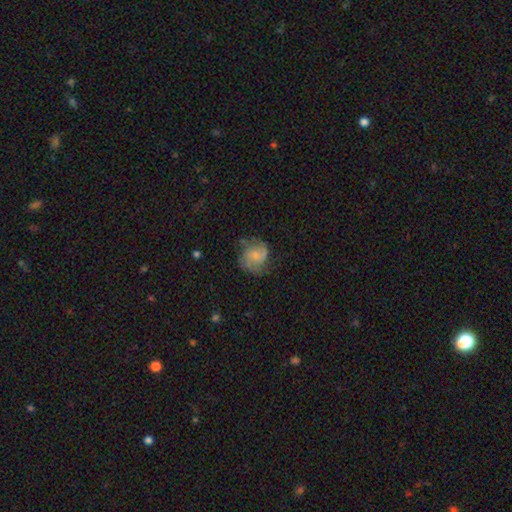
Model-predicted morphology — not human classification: Smooth or featured? Predicted: featured or disk (p=0.61). Edge-on disk? Predicted: no (p=0.98). Bar? Predicted: no (p=0.61). Spiral arms? Predicted: yes (p=0.90). Spiral winding? Predicted: medium (p=0.48). Spiral arm count? Predicted: 2 (p=0.62). Bulge size? Predicted: small (p=0.47). Merging? Predicted: none (p=0.61).